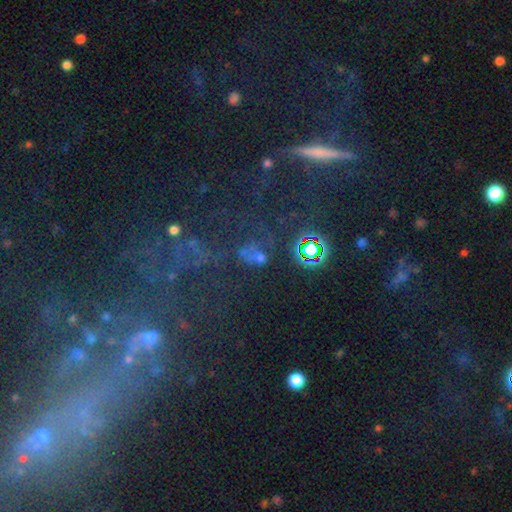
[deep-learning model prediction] Q: Smooth or featured?
A: star or artifact (54%); runner-up: smooth (27%)